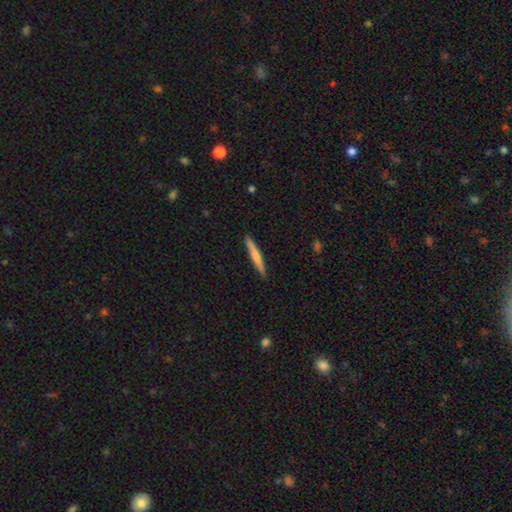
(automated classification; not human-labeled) This appears to be a smooth galaxy with no disk features (62%) that is cigar-shaped (95%). Merging: none (91%).